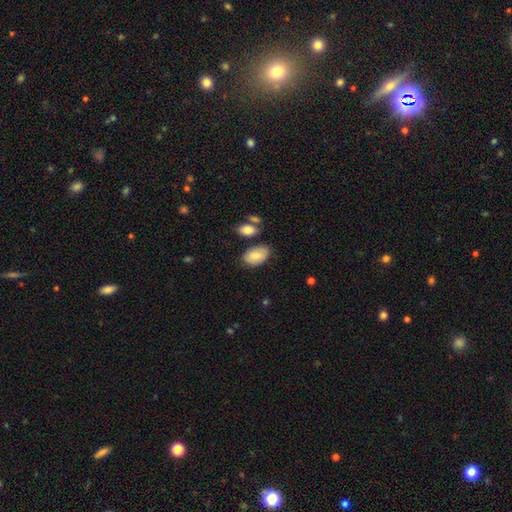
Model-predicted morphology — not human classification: type=smooth (80%); roundness=in between (94%); merging=none (69%).